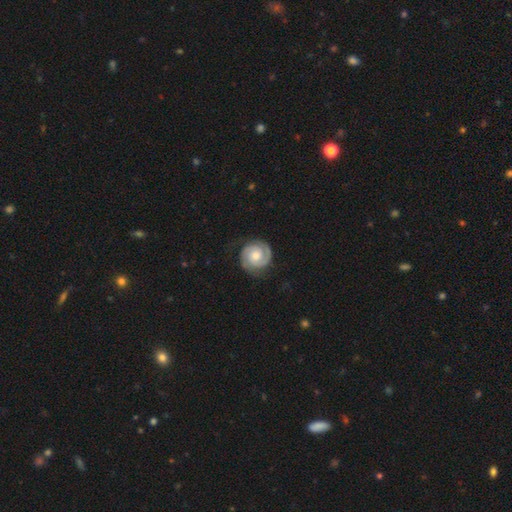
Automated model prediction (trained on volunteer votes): smooth-or-featured: featured or disk: 82% | smooth: 13% | star or artifact: 5%
  disk-edge-on: no: 98% | yes: 2%
    bar: no: 67% | weak: 28% | strong: 5%
    has-spiral-arms: yes: 97% | no: 3%
      spiral-winding: tight: 68% | medium: 27% | loose: 5%
      spiral-arm-count: 2: 88% | can't tell: 4% | 1: 3% | 3: 2% | 4: 1% | more than 4: 1%
    bulge-size: moderate: 59% | small: 20% | large: 15% | none: 4% | dominant: 2%
  merging: none: 82% | minor disturbance: 13% | major disturbance: 4% | merger: 1%